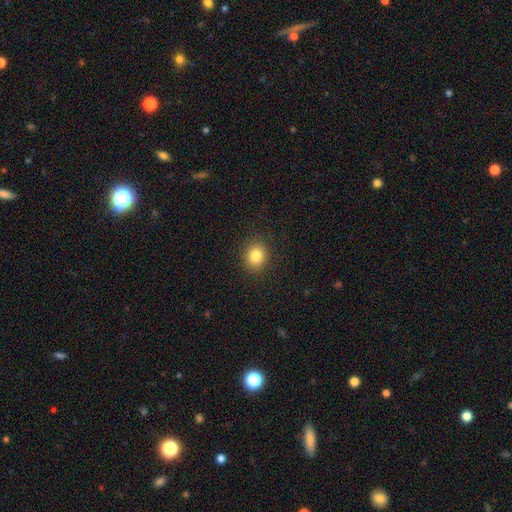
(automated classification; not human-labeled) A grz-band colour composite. It shows a smooth galaxy with no disk features (82%) that is round (67%). Merging: none (89%).